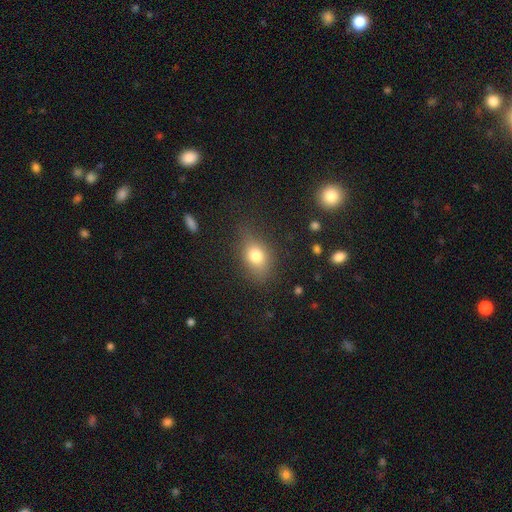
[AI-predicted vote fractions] smooth-or-featured: smooth: 77% | featured or disk: 12% | star or artifact: 12%
  how-rounded: in between: 68% | round: 30% | cigar-shaped: 2%
  merging: none: 69% | minor disturbance: 21% | major disturbance: 8% | merger: 2%